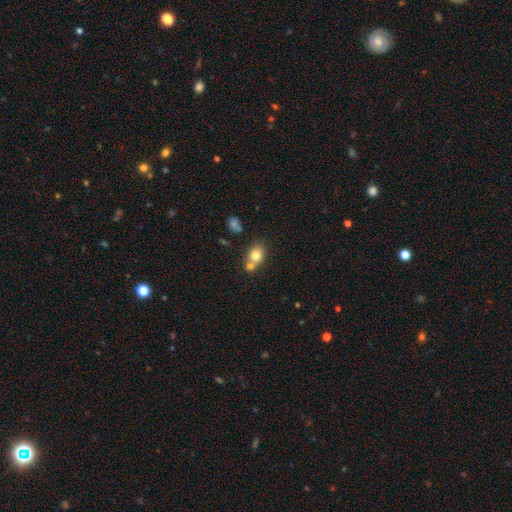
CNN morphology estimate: Overall: smooth (77%). How rounded: round (55%; in between 44%). Merging: merger (45%; none 42%).